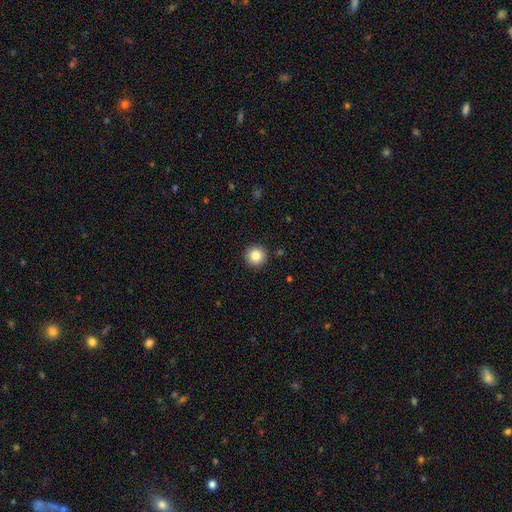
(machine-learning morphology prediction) This is clearly a smooth galaxy (85%). How rounded: clearly round (95%). Merging: clearly none (92%).